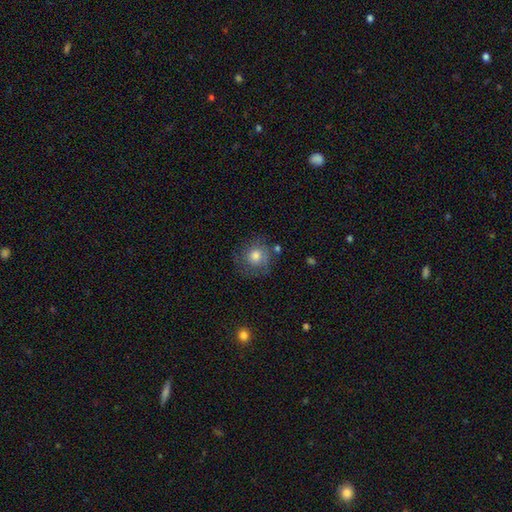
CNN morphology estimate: Overall: smooth (63%; featured or disk 26%). How rounded: round (89%). Merging: none (70%).